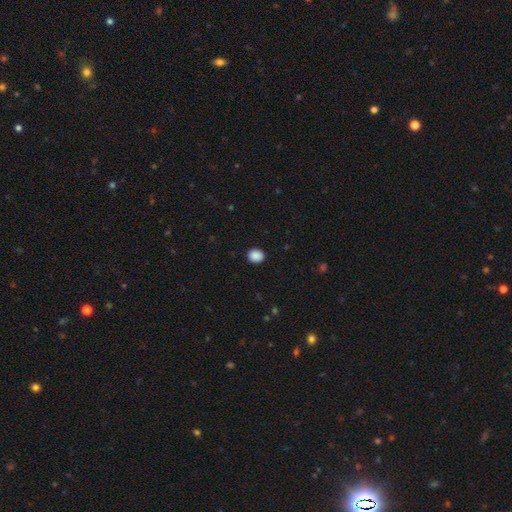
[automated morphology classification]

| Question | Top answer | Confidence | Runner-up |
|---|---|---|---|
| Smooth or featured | smooth | 89% | star or artifact (9%) |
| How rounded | round | 62% | in between (37%) |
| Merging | none | 90% | minor disturbance (7%) |